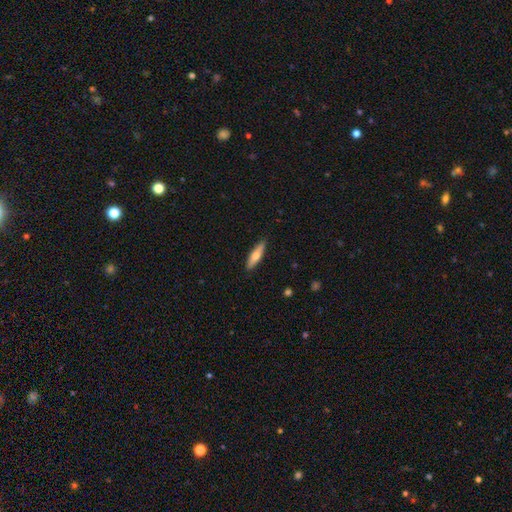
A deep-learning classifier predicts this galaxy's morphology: Smooth or featured? Predicted: smooth (p=0.67). How rounded? Predicted: cigar-shaped (p=0.70). Merging? Predicted: none (p=0.88).